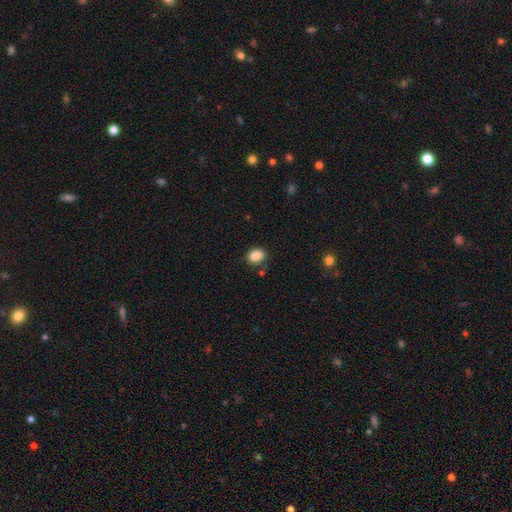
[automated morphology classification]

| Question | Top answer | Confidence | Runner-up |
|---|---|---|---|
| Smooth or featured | smooth | 87% | star or artifact (9%) |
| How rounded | in between | 50% | round (49%) |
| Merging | none | 78% | minor disturbance (14%) |